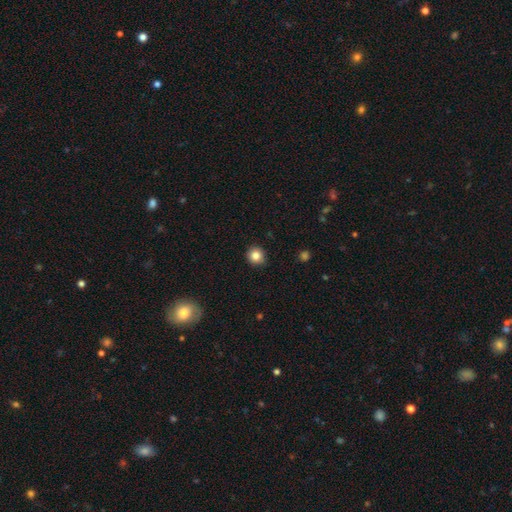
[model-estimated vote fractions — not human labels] Smooth or featured: smooth — 84% (star or artifact — 10%)
How rounded: round — 89% (in between — 10%)
Merging: none — 88% (minor disturbance — 9%)